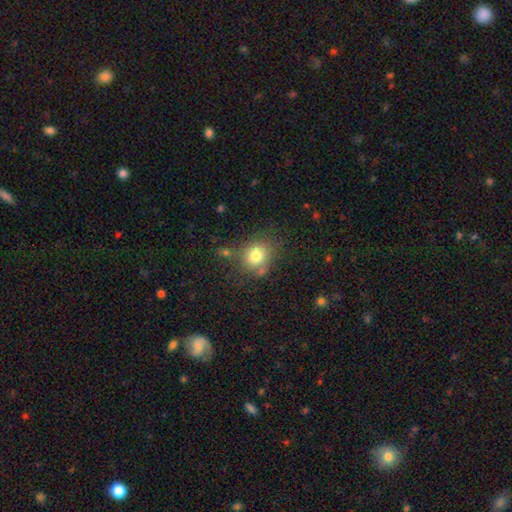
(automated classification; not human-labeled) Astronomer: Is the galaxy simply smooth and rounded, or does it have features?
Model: smooth — 78%.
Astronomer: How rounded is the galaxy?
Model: round — 74%.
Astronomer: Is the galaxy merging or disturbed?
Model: none — 70%.